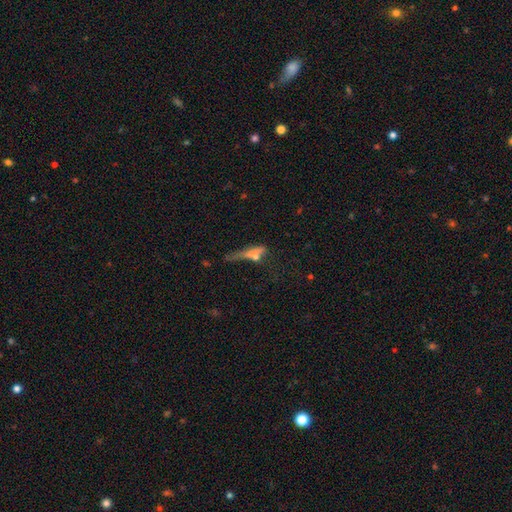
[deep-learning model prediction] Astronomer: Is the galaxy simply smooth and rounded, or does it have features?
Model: featured or disk — 39%, tied with smooth at 39%.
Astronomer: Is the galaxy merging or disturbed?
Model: none — 33% (runner-up: major disturbance, 32%).